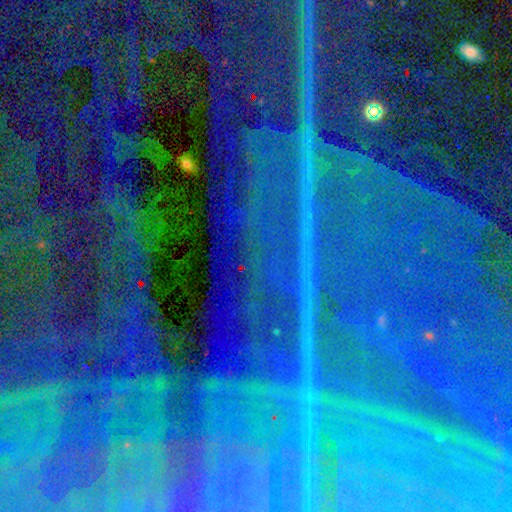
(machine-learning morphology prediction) smooth_or_featured: star or artifact (p=0.89) [alt: featured or disk p=0.07]